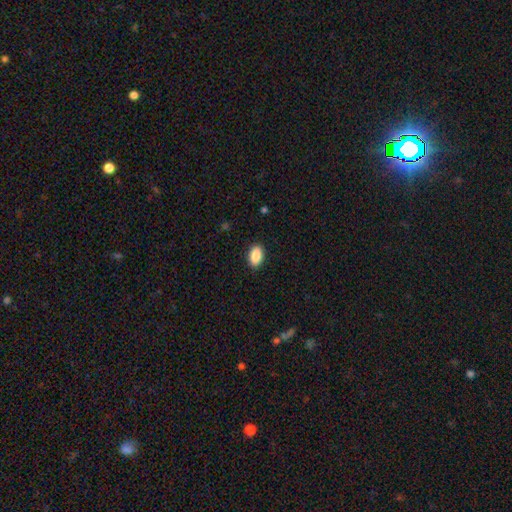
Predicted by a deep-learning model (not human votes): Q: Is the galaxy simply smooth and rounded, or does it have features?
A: smooth — 90%.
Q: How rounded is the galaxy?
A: in between — 92%.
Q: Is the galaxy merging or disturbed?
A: none — 90%.